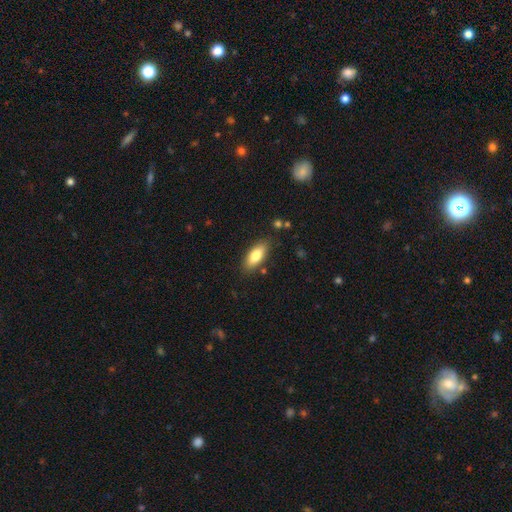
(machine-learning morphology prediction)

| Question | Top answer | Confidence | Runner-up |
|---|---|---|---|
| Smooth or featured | smooth | 80% | featured or disk (14%) |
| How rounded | in between | 81% | cigar-shaped (17%) |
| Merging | none | 84% | minor disturbance (11%) |